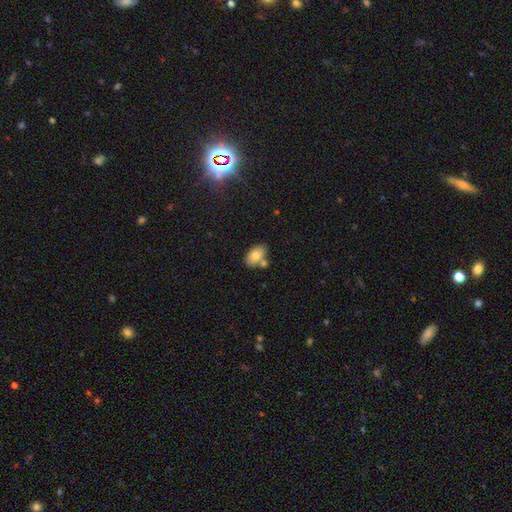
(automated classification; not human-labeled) The model was most divided on "merging": none: 63%, merger: 19%, minor disturbance: 14%, major disturbance: 3%. More confident: how rounded — in between (92%); smooth or featured — smooth (79%).